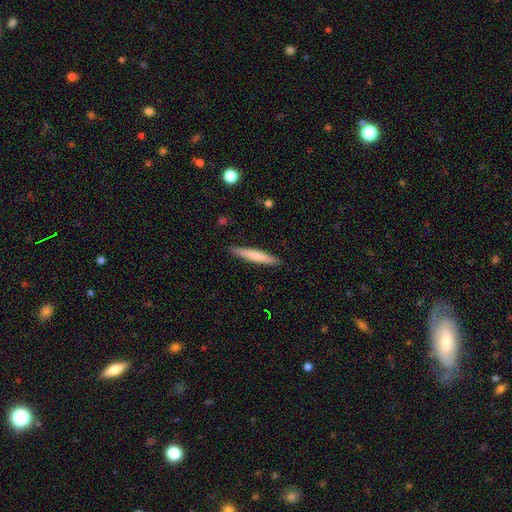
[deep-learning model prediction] A smooth galaxy with no disk features (68%) that is cigar-shaped (94%).

Vote fractions:
- Smooth or featured? smooth: 68% / featured or disk: 27% / star or artifact: 5%
- How rounded? cigar-shaped: 94% / in between: 5% / round: 1%
- Merging? none: 89% / minor disturbance: 8% / major disturbance: 2% / merger: 1%